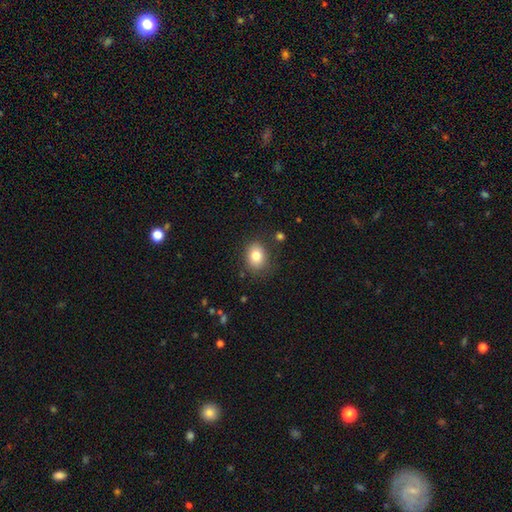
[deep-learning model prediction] This is clearly a smooth galaxy (81%). How rounded: possibly in between (50%). Merging: clearly none (83%).